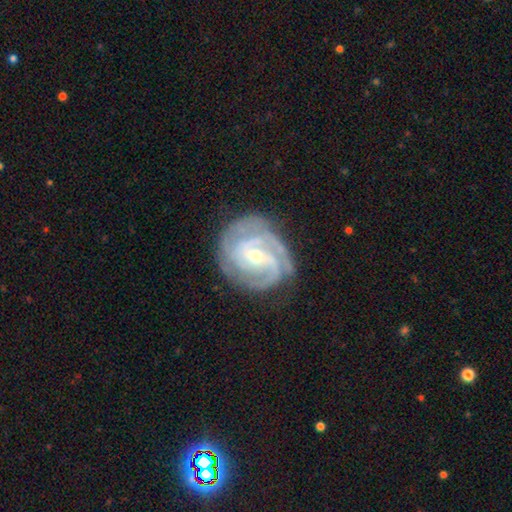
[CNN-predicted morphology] Overall: featured or disk (89%). Edge-on disk: no (97%). Bar: weak (44%; no 38%). Spiral arms: yes (97%). Spiral arm count: 3 (37%; 2 26%). Spiral winding: tight (61%; medium 33%). Bulge size: small (56%; moderate 41%). Merging: none (74%).